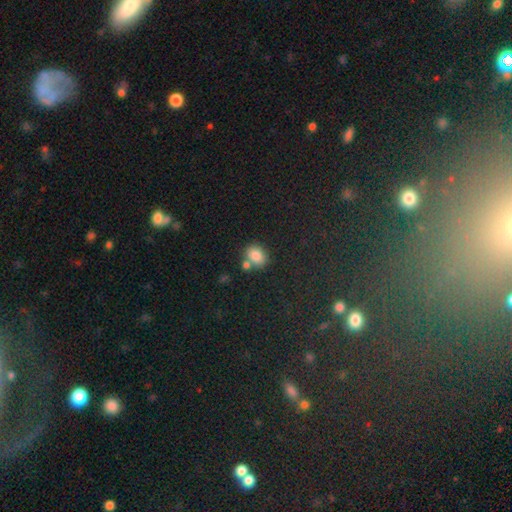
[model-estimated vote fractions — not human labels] smooth_or_featured: smooth (p=0.83) [alt: star or artifact p=0.10]
how_rounded: in between (p=0.60) [alt: round p=0.38]
merging: none (p=0.60) [alt: merger p=0.23]